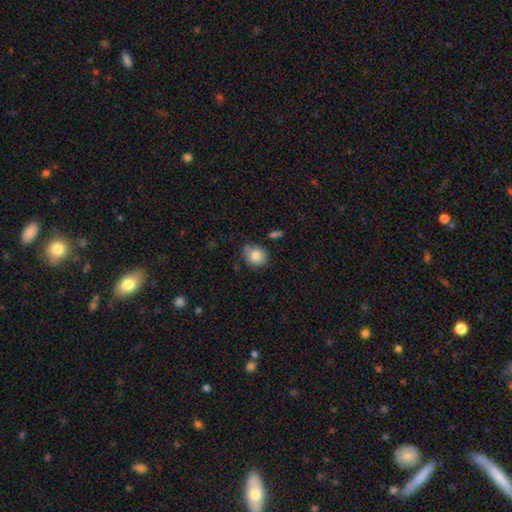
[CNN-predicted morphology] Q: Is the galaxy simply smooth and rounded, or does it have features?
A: smooth — 82%.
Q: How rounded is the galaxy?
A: round — 74%.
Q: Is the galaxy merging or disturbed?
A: none — 75%.